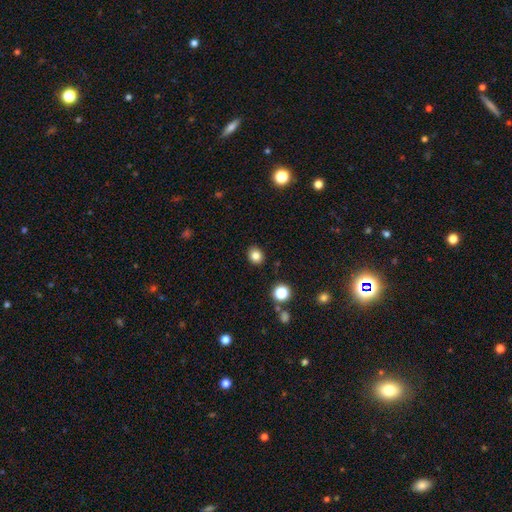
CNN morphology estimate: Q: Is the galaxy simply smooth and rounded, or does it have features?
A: smooth — 83%.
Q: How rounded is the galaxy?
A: round — 67%.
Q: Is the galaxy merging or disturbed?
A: none — 89%.